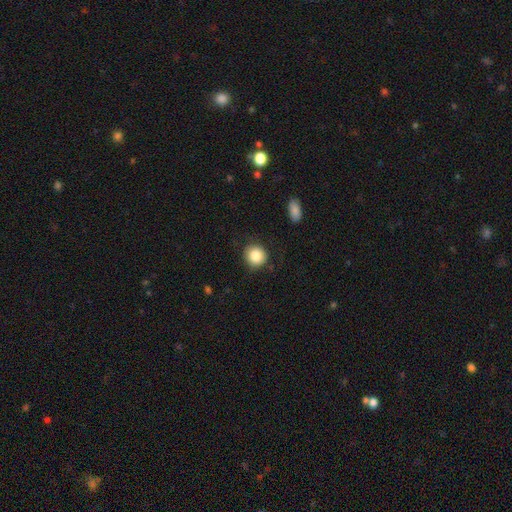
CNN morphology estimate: This is clearly a smooth galaxy (85%). How rounded: clearly round (91%). Merging: clearly none (85%).